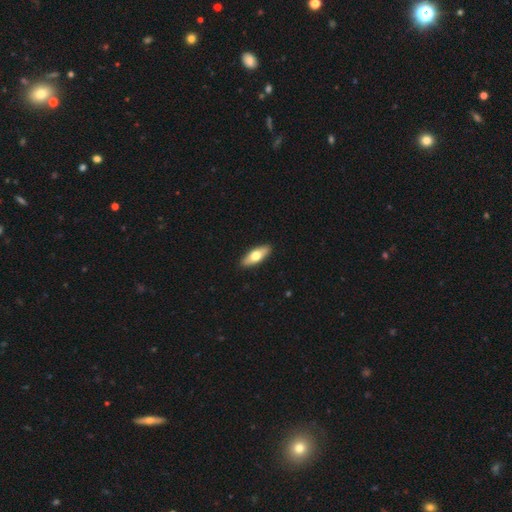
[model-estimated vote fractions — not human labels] The model was most divided on "smooth or featured": smooth: 65%, featured or disk: 30%, star or artifact: 5%. More confident: merging — none (91%); how rounded — in between (69%).